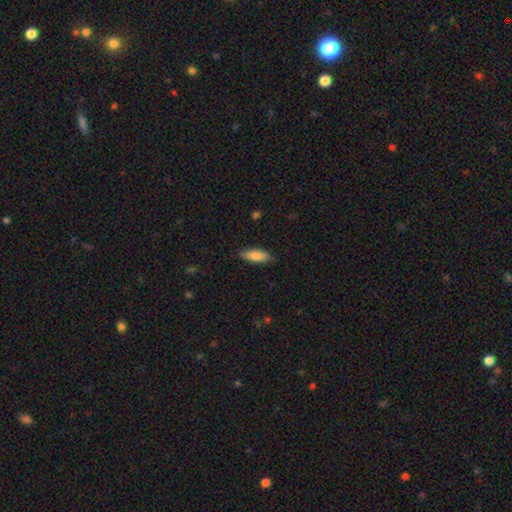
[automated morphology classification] A smooth galaxy with no disk features (81%) that is in between round and cigar-shaped (67%). Merging: none (83%).